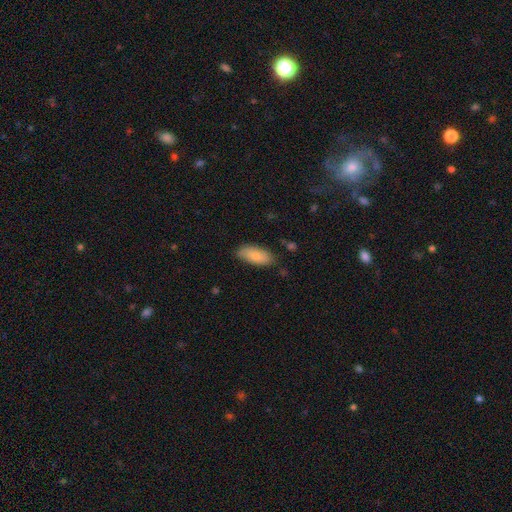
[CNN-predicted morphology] Smooth or featured?
  - smooth: 82% *
  - featured or disk: 13%
  - star or artifact: 6%
How rounded?
  - in between: 88% *
  - cigar-shaped: 10%
  - round: 2%
Merging?
  - none: 79% *
  - minor disturbance: 16%
  - major disturbance: 3%
  - merger: 2%